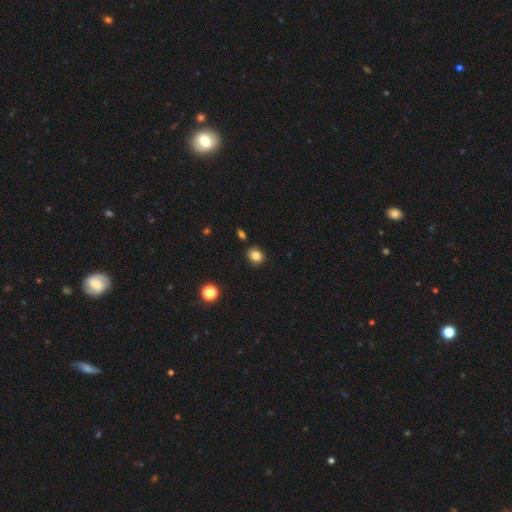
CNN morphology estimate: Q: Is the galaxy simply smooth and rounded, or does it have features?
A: smooth — 83%.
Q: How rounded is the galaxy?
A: round — 69%.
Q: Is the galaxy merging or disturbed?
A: none — 84%.